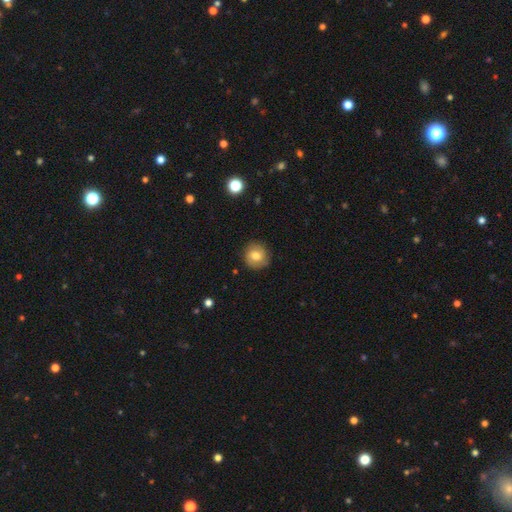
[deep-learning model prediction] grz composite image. It shows a smooth galaxy with no disk features (70%) that is round (90%). Merging: none (85%).